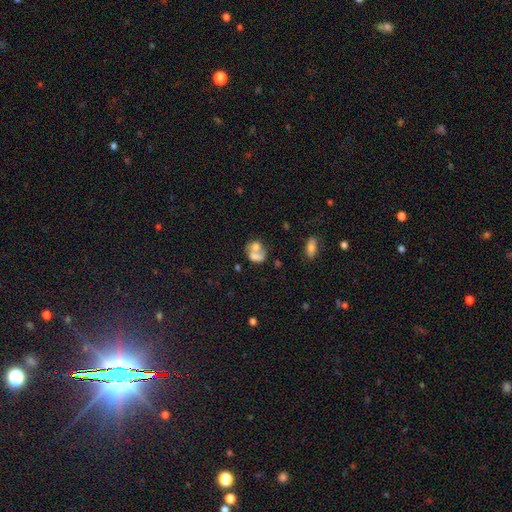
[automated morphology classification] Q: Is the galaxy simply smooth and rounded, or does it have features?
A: smooth — 62%.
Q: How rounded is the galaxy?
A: in between — 60%.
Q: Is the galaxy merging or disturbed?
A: merger — 61%.